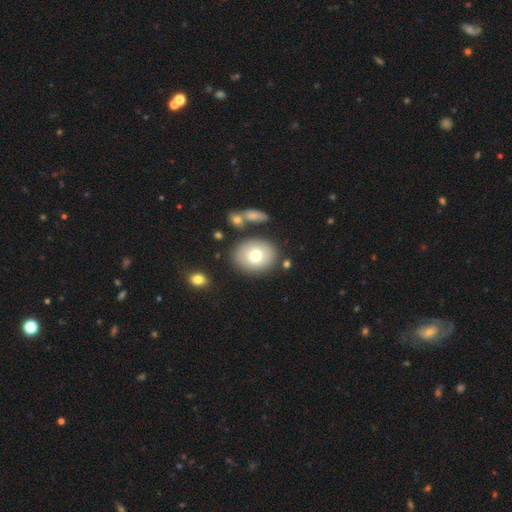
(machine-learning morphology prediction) Smooth or featured: smooth — 73% (featured or disk — 18%)
How rounded: round — 50% (in between — 49%)
Merging: none — 79% (minor disturbance — 11%)